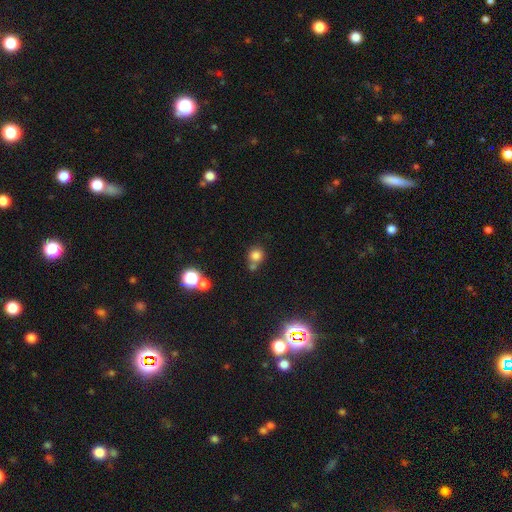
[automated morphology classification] Q: Smooth or featured?
A: smooth (78%); runner-up: star or artifact (15%)
Q: How rounded?
A: round (87%); runner-up: in between (12%)
Q: Merging?
A: none (58%); runner-up: merger (26%)